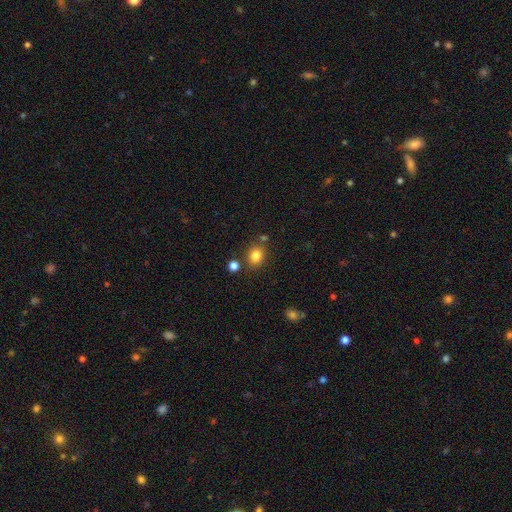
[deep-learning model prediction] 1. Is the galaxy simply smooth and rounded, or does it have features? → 82% smooth, 11% star or artifact, 6% featured or disk.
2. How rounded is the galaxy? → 56% round, 43% in between, 1% cigar-shaped.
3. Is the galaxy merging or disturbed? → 76% none, 12% minor disturbance, 9% merger, 4% major disturbance.